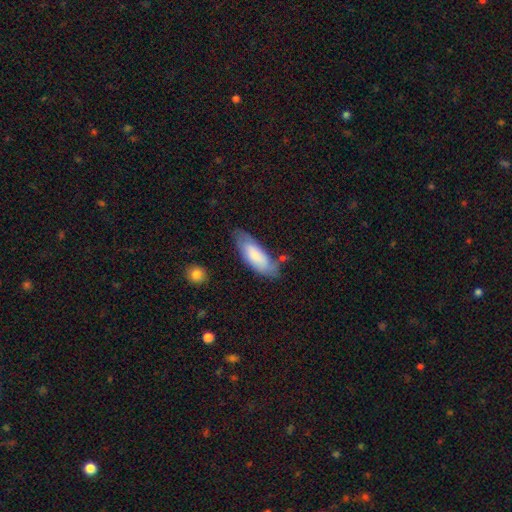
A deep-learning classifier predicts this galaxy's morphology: This is likely a smooth galaxy (76%). How rounded: likely in between (69%). Merging: likely none (66%).